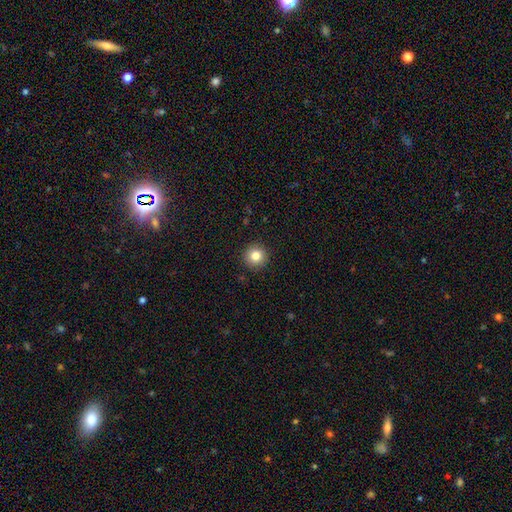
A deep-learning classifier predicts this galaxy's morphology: This is clearly a smooth galaxy (83%). How rounded: clearly round (95%). Merging: clearly none (92%).